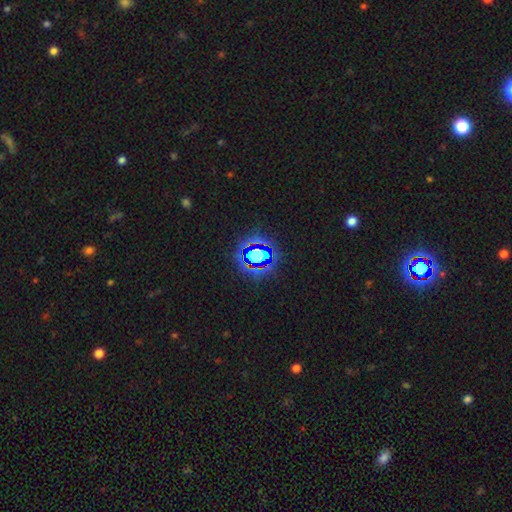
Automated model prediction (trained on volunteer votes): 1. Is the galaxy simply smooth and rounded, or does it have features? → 66% star or artifact, 22% smooth, 13% featured or disk.